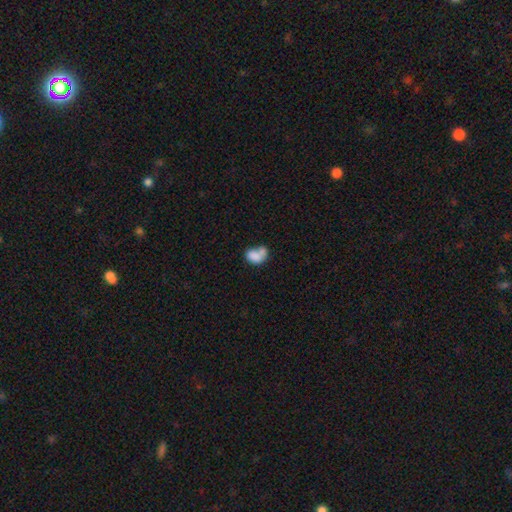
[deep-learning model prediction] smooth_or_featured: smooth (p=0.76) [alt: featured or disk p=0.16]
how_rounded: in between (p=0.75) [alt: round p=0.24]
merging: merger (p=0.47) [alt: none p=0.25]